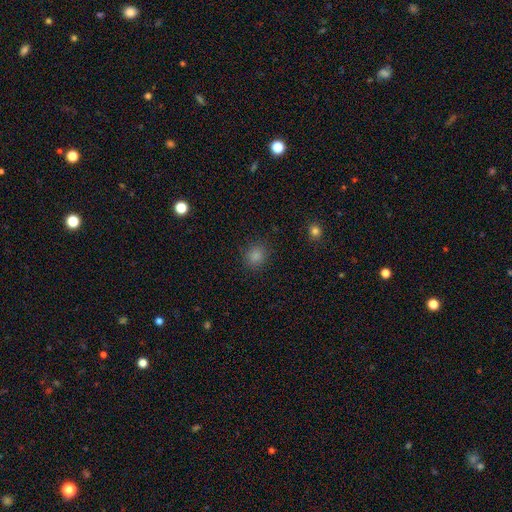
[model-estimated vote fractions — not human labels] smooth 84%, star or artifact 12%, featured or disk 4%. Down the decision tree: how rounded — round (83%); merging — none (88%).